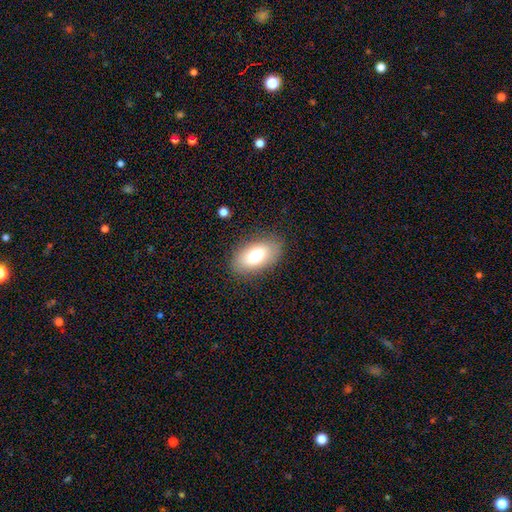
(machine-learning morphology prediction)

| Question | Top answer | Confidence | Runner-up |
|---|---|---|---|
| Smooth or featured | smooth | 75% | featured or disk (17%) |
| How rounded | in between | 92% | round (5%) |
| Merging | none | 84% | minor disturbance (11%) |